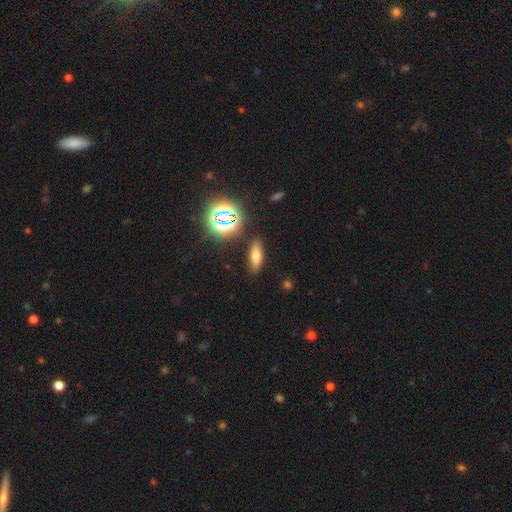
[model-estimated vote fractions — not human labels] smooth_or_featured: smooth (p=0.61) [alt: star or artifact p=0.21]
how_rounded: in between (p=0.57) [alt: cigar-shaped p=0.37]
merging: none (p=0.85) [alt: minor disturbance p=0.10]